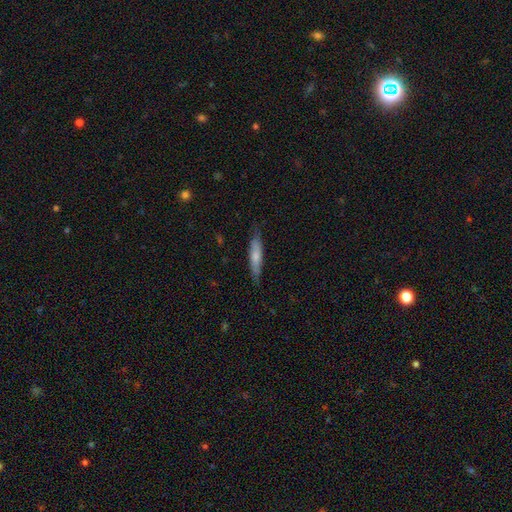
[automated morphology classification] Smooth or featured: smooth — 66% (featured or disk — 29%)
How rounded: cigar-shaped — 82% (in between — 17%)
Merging: none — 79% (minor disturbance — 17%)